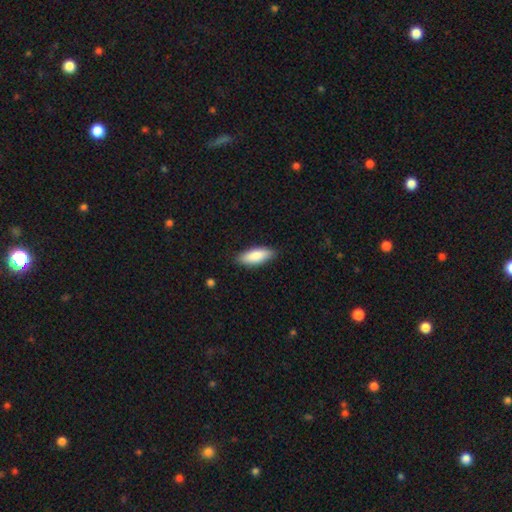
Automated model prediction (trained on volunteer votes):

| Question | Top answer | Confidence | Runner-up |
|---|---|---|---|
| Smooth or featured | smooth | 86% | featured or disk (8%) |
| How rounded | in between | 71% | cigar-shaped (27%) |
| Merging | none | 87% | minor disturbance (10%) |